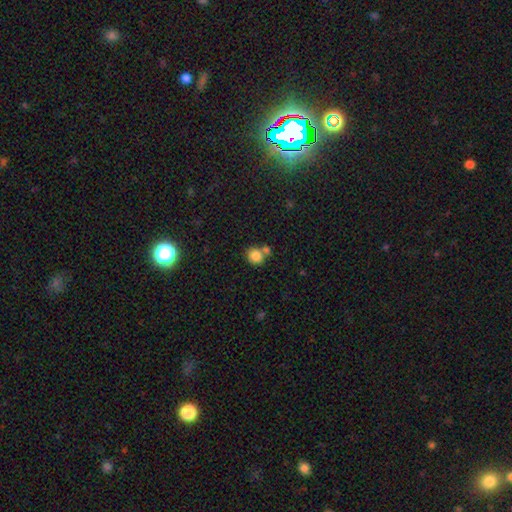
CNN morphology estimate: This is clearly a smooth galaxy (84%). How rounded: likely round (76%). Merging: possibly none (57%).